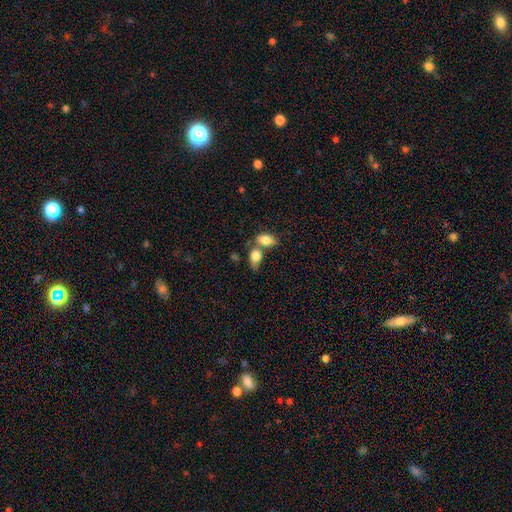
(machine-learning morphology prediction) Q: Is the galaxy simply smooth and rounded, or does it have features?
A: smooth — 82%.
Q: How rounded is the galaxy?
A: in between — 82%.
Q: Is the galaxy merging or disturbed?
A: merger — 49%.